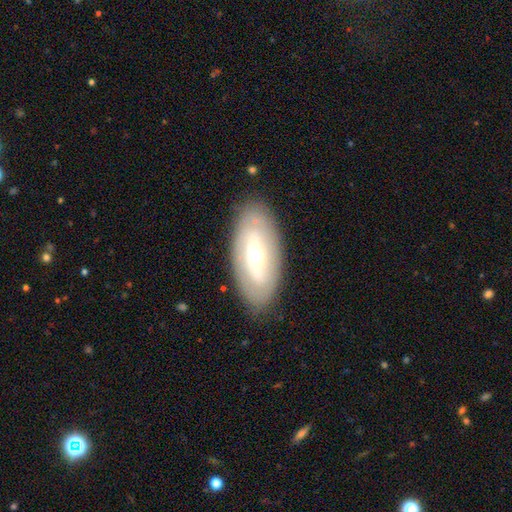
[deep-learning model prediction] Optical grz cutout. It shows a featured or disk galaxy (58%). Merging: none (84%).